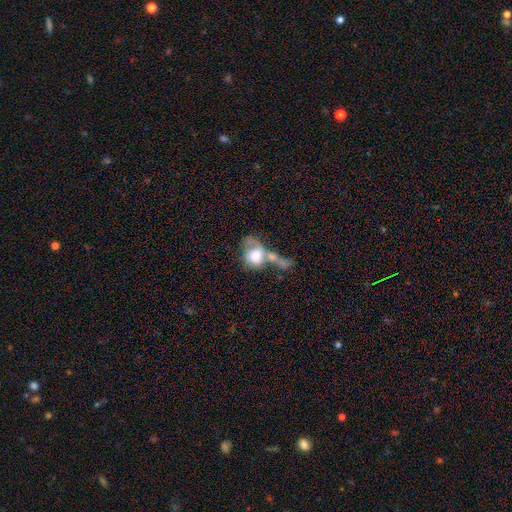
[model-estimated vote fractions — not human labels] A smooth galaxy with no disk features (60%) that is in between round and cigar-shaped (60%).

Vote fractions:
- Smooth or featured? smooth: 60% / featured or disk: 31% / star or artifact: 9%
- How rounded? in between: 60% / round: 37% / cigar-shaped: 3%
- Merging? merger: 58% / major disturbance: 23% / none: 11% / minor disturbance: 8%